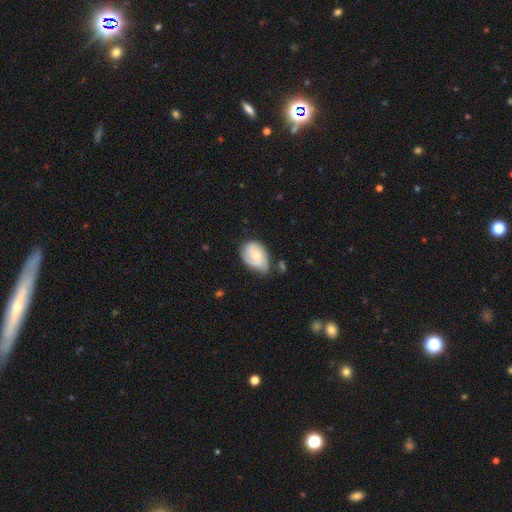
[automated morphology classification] type=featured or disk (49%); merging=none (44%).